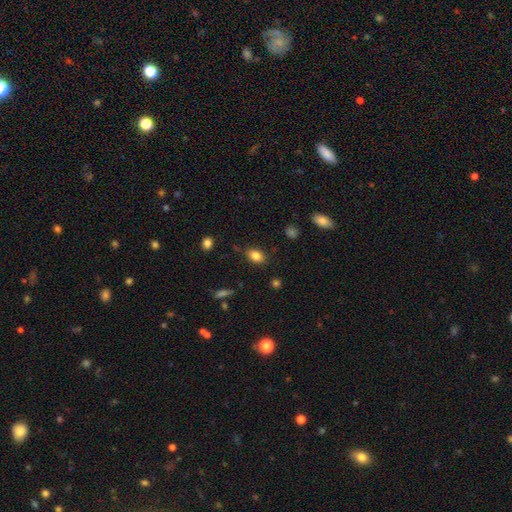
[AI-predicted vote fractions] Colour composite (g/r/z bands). It shows a smooth galaxy with no disk features (82%) that is in between round and cigar-shaped (80%). Merging: none (80%).